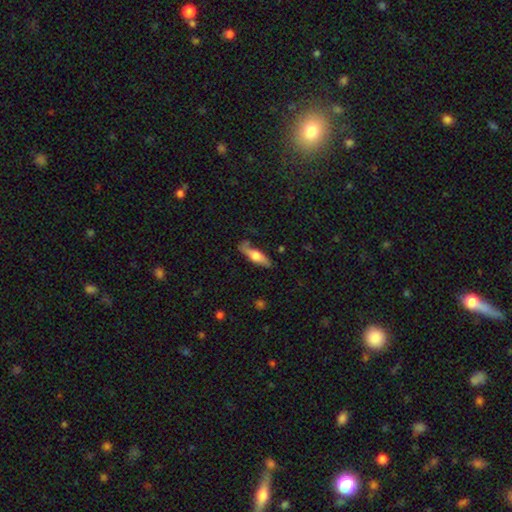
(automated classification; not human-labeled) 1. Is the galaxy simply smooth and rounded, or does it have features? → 48% featured or disk, 47% smooth, 6% star or artifact.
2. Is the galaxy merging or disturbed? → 73% none, 19% minor disturbance, 5% major disturbance, 2% merger.